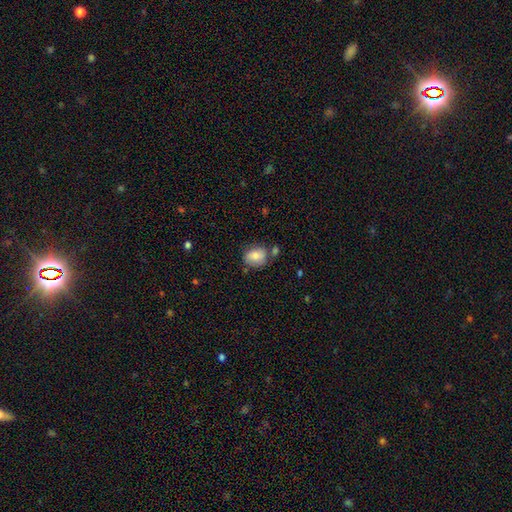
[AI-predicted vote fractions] smooth_or_featured: smooth (p=0.78) [alt: featured or disk p=0.13]
how_rounded: in between (p=0.52) [alt: round p=0.47]
merging: none (p=0.62) [alt: minor disturbance p=0.20]